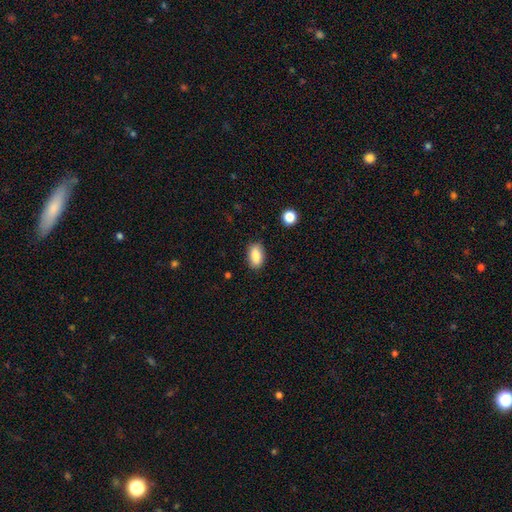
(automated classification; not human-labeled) A smooth galaxy with no disk features (86%) that is in between round and cigar-shaped (91%). Merging: none (85%).